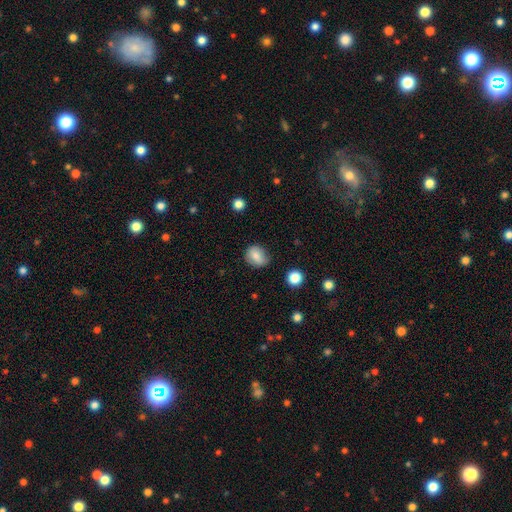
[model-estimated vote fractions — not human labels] smooth 78%, featured or disk 12%, star or artifact 9%. Down the decision tree: how rounded — round (58%); merging — none (68%).